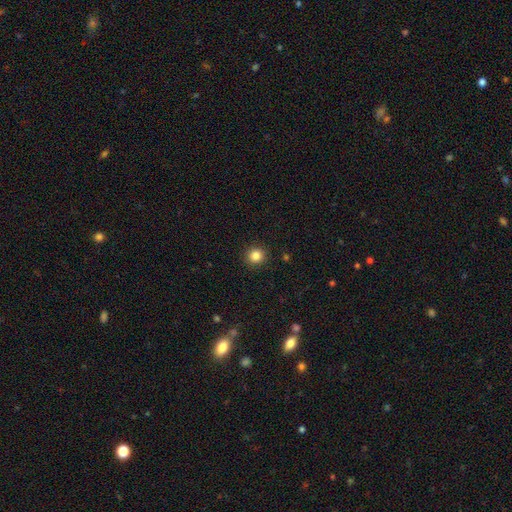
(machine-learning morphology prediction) Smooth or featured? Predicted: smooth (p=0.84). How rounded? Predicted: round (p=0.93). Merging? Predicted: none (p=0.92).